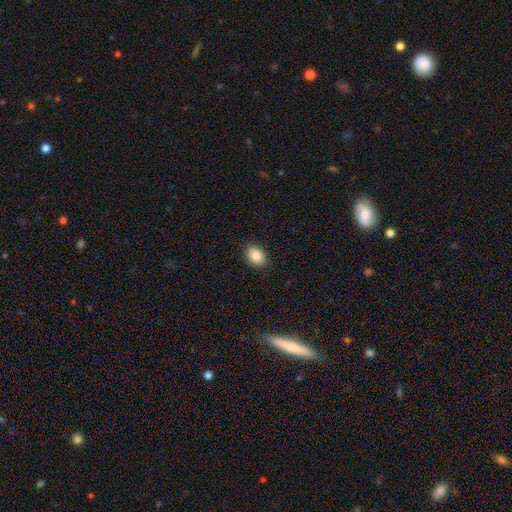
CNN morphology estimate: Smooth or featured?
  - smooth: 85% *
  - star or artifact: 8%
  - featured or disk: 7%
How rounded?
  - in between: 70% *
  - round: 29%
  - cigar-shaped: 1%
Merging?
  - none: 90% *
  - minor disturbance: 8%
  - major disturbance: 2%
  - merger: 1%